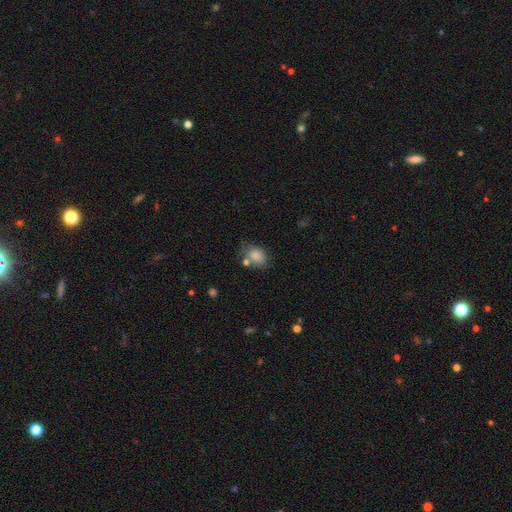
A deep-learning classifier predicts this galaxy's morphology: smooth 83%, star or artifact 9%, featured or disk 8%. Down the decision tree: how rounded — in between (66%); merging — none (55%).